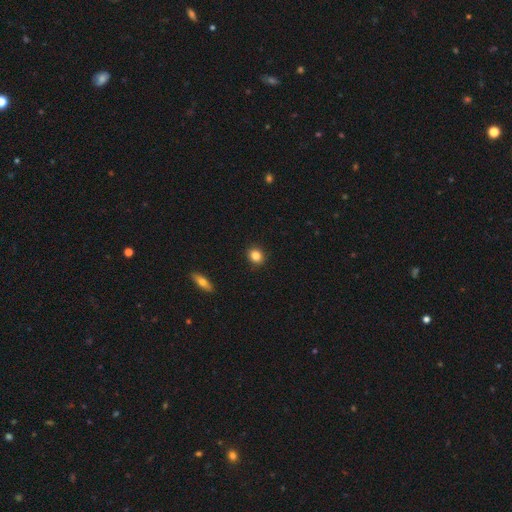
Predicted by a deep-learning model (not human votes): Q: Smooth or featured?
A: smooth (85%); runner-up: star or artifact (9%)
Q: How rounded?
A: round (76%); runner-up: in between (23%)
Q: Merging?
A: none (91%); runner-up: minor disturbance (6%)